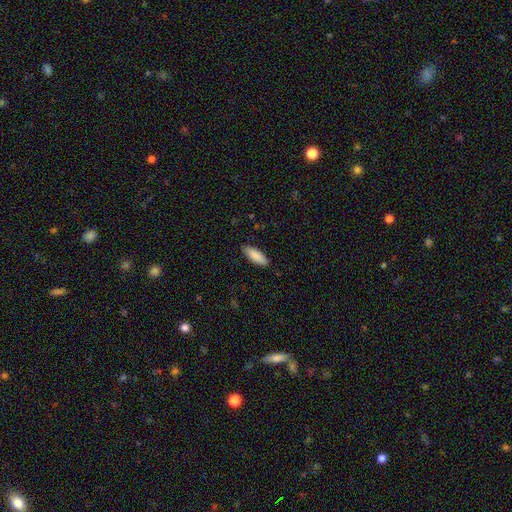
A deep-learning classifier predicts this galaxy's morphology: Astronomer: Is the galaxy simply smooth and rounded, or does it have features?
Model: smooth — 89%.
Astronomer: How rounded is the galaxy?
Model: in between — 66%.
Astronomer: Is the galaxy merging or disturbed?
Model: none — 88%.